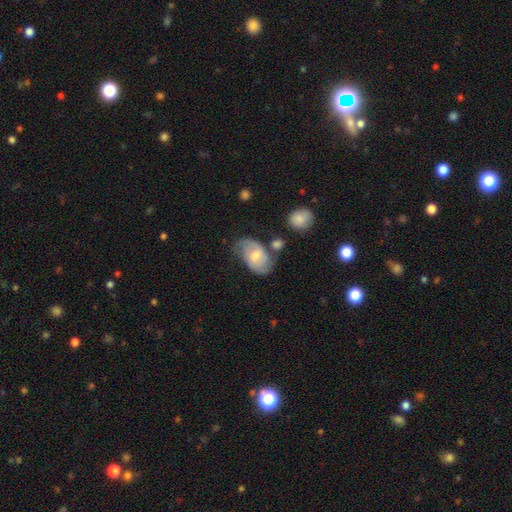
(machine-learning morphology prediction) A featured or disk galaxy (53%) with a weak bar (52%), spiral arms (82%) and a moderate central bulge (50%). Merging: none (53%).